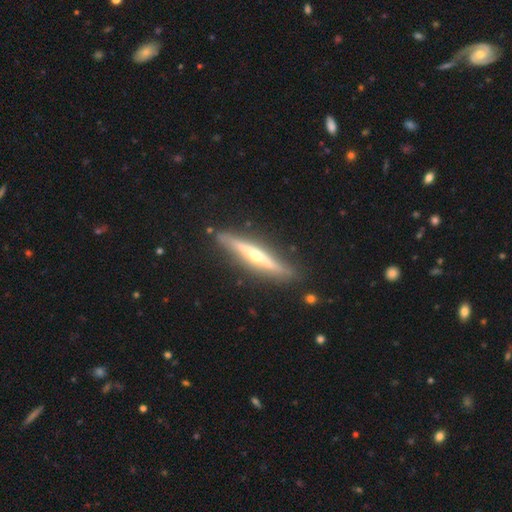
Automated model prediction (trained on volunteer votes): A featured or disk galaxy (75%) viewed edge-on (95%) with a rounded central bulge (88%). Merging: none (86%).